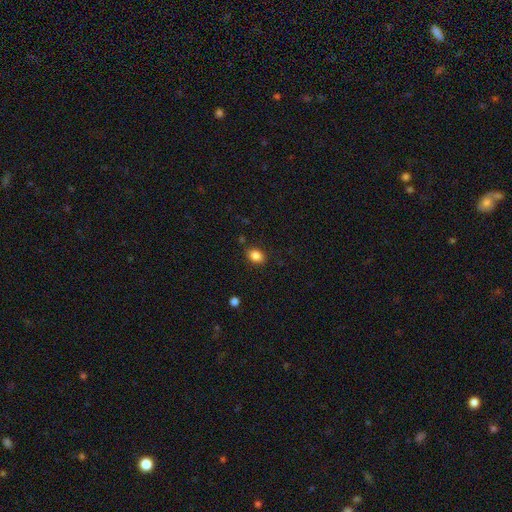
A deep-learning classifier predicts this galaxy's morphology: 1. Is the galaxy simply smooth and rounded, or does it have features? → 85% smooth, 10% star or artifact, 5% featured or disk.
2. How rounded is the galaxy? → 75% in between, 24% round, 1% cigar-shaped.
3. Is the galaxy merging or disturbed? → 85% none, 10% minor disturbance, 3% major disturbance, 2% merger.